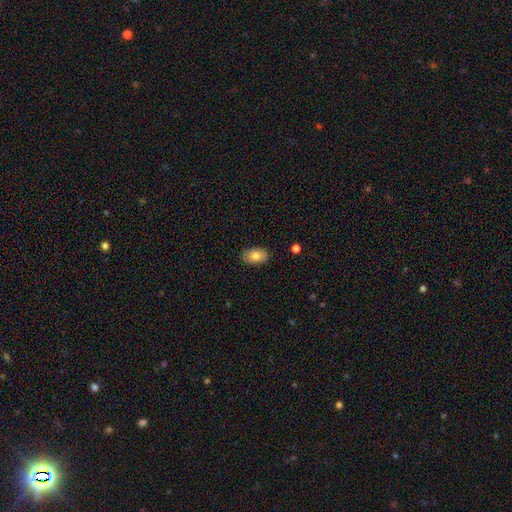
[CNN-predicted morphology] A smooth galaxy with no disk features (80%) that is in between round and cigar-shaped (90%). Merging: none (87%).